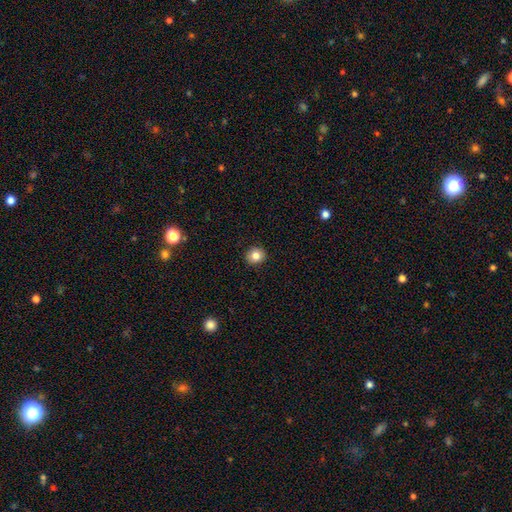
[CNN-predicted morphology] This is clearly a smooth galaxy (83%). How rounded: clearly round (87%). Merging: clearly none (92%).